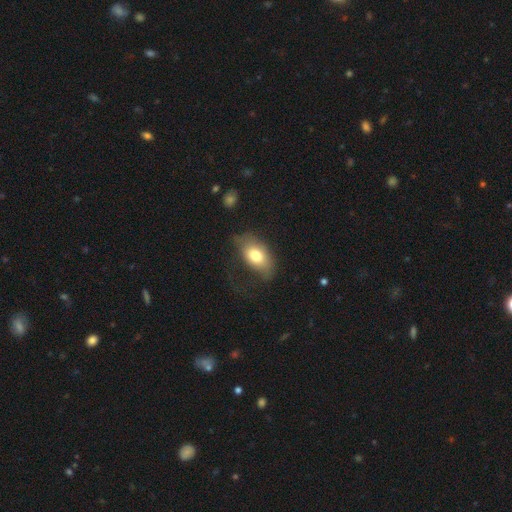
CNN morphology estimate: Smooth or featured: smooth — 73% (featured or disk — 20%)
How rounded: in between — 89% (round — 9%)
Merging: none — 48% (minor disturbance — 29%)